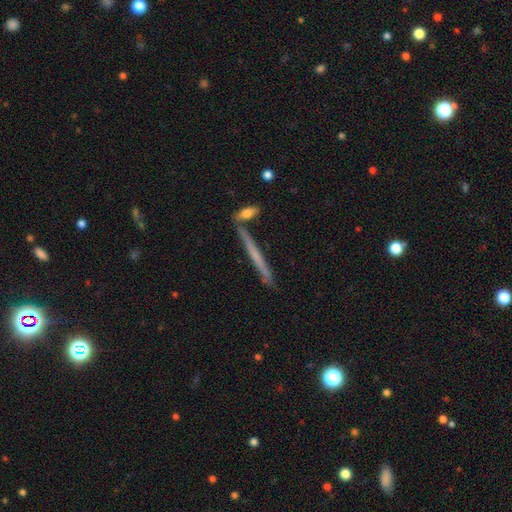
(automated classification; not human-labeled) Smooth or featured?
  - featured or disk: 50% *
  - smooth: 43%
  - star or artifact: 7%
Edge-on disk?
  - yes: 95% *
  - no: 5%
Merging?
  - none: 81% *
  - minor disturbance: 9%
  - merger: 7%
  - major disturbance: 2%